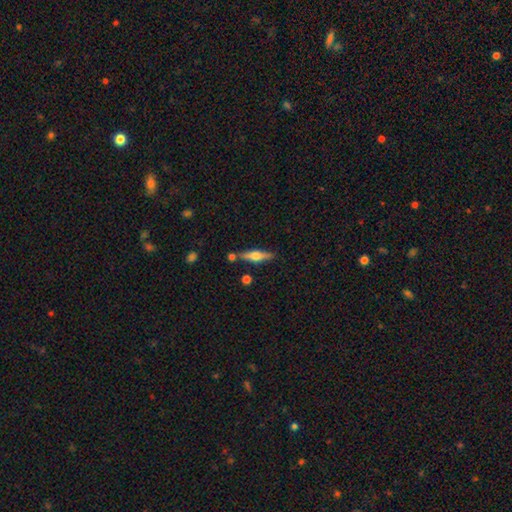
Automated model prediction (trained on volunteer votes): Morphology: type=featured or disk (59%); edge-on=yes (95%); edge-on bulge=rounded (91%); merging=none (79%).